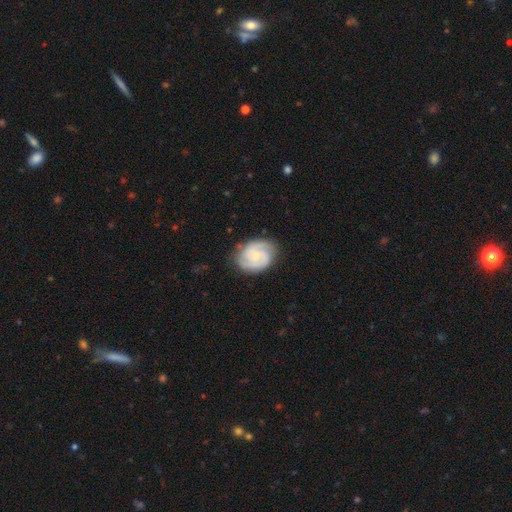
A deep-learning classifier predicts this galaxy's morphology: A featured or disk galaxy (82%) with no bar (65%), 2 (52%) tight (56%) spiral arms (96%) and a small central bulge (70%).

Vote fractions:
- Smooth or featured? featured or disk: 82% / smooth: 13% / star or artifact: 5%
- Edge-on disk? no: 98% / yes: 2%
- Bar? no: 65% / weak: 31% / strong: 4%
- Spiral arms? yes: 96% / no: 4%
- Spiral winding? tight: 56% / medium: 37% / loose: 7%
- Spiral arm count? 2: 52% / 3: 25% / can't tell: 13% / 4: 4% / 1: 4% / more than 4: 3%
- Bulge size? small: 70% / moderate: 22% / none: 5% / large: 1% / dominant: 1%
- Merging? none: 77% / minor disturbance: 17% / major disturbance: 5% / merger: 1%